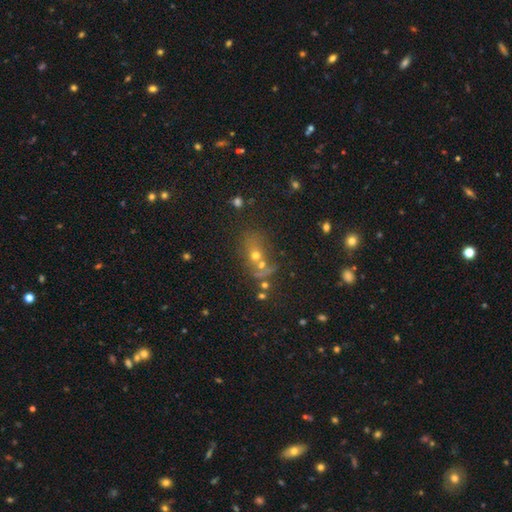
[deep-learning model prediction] smooth 50%, star or artifact 31%, featured or disk 19%. Down the decision tree: merging — merger (40%).